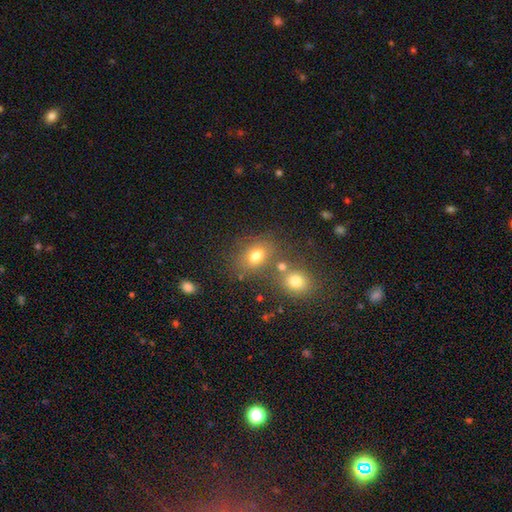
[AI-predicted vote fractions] Smooth or featured: smooth — 73% (star or artifact — 16%)
How rounded: in between — 60% (round — 38%)
Merging: none — 62% (merger — 21%)